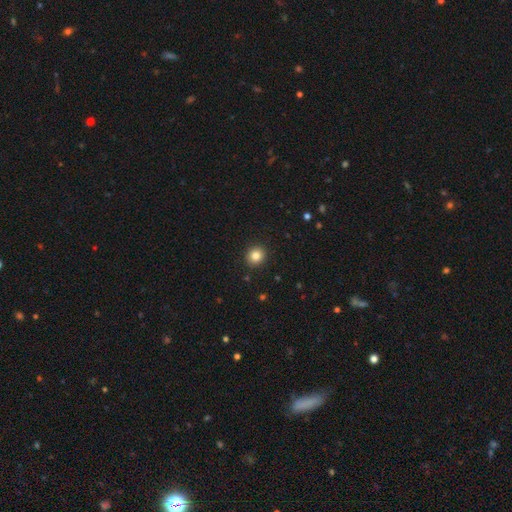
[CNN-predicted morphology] smooth_or_featured: smooth (p=0.84) [alt: star or artifact p=0.11]
how_rounded: round (p=0.86) [alt: in between p=0.13]
merging: none (p=0.92) [alt: minor disturbance p=0.05]